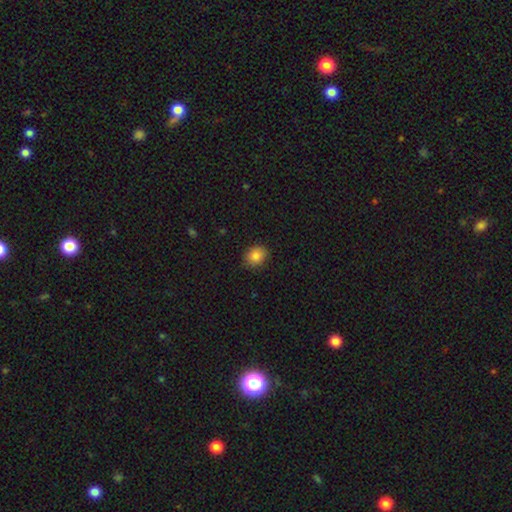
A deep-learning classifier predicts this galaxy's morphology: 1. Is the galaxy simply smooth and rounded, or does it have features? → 85% smooth, 10% star or artifact, 5% featured or disk.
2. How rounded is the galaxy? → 63% round, 36% in between, 1% cigar-shaped.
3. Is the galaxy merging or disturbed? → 86% none, 11% minor disturbance, 2% major disturbance, 1% merger.